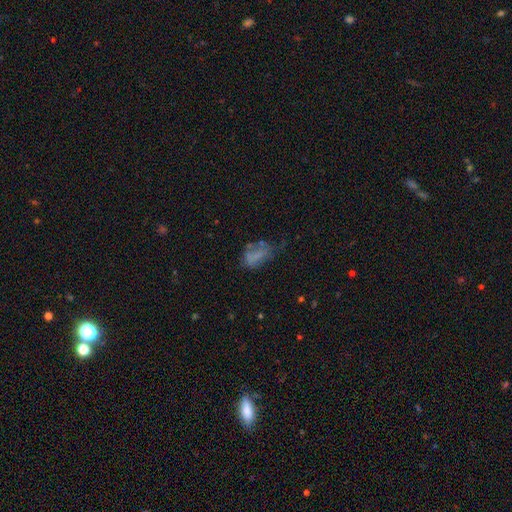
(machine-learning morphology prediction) Smooth or featured: smooth — 58% (featured or disk — 28%)
How rounded: in between — 87% (round — 7%)
Merging: none — 38% (minor disturbance — 29%)